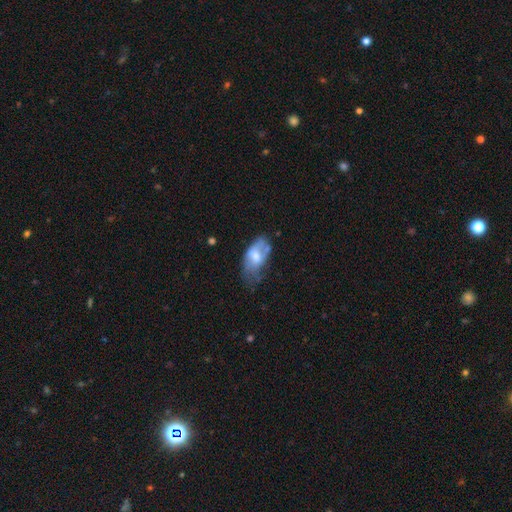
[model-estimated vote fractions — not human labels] smooth_or_featured: smooth (p=0.55) [alt: featured or disk p=0.38]
how_rounded: in between (p=0.91) [alt: round p=0.06]
merging: minor disturbance (p=0.36) [alt: none p=0.31]